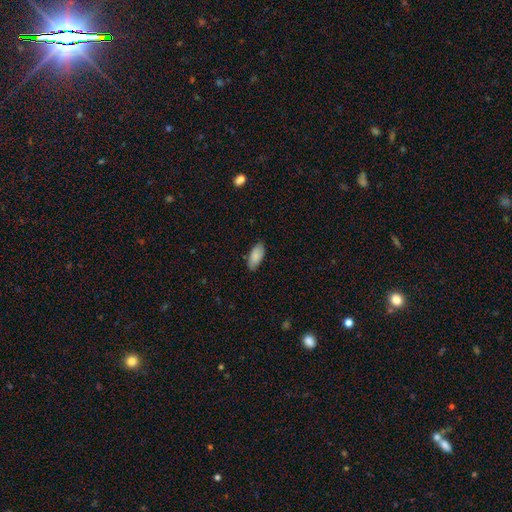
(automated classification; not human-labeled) Q: Smooth or featured?
A: smooth (85%); runner-up: featured or disk (9%)
Q: How rounded?
A: in between (91%); runner-up: cigar-shaped (7%)
Q: Merging?
A: none (81%); runner-up: minor disturbance (16%)